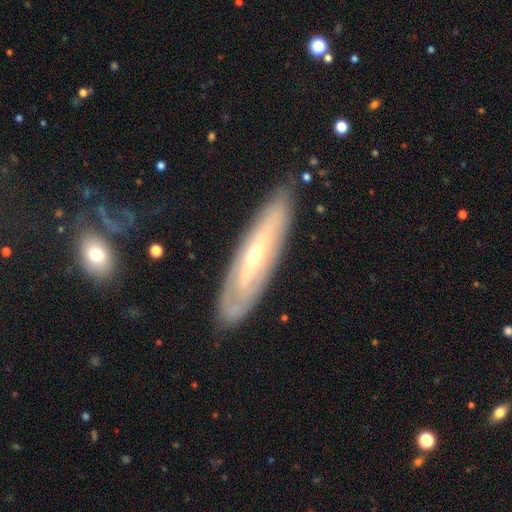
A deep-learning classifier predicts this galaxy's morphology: smooth-or-featured: featured or disk: 67% | smooth: 26% | star or artifact: 7%
  disk-edge-on: no: 59% | yes: 41%
  merging: none: 80% | minor disturbance: 14% | major disturbance: 4% | merger: 2%